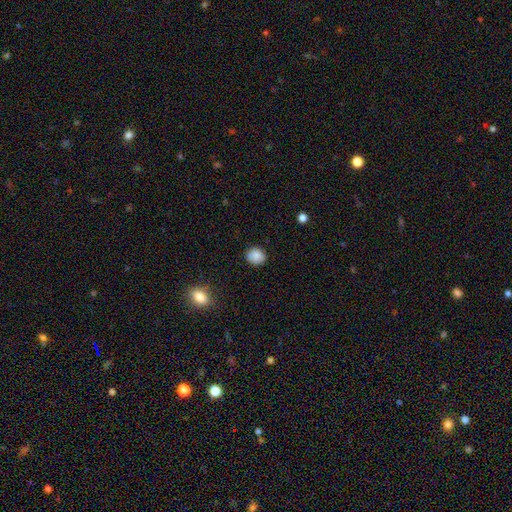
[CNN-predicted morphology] type=smooth (85%); roundness=round (70%); merging=none (81%).